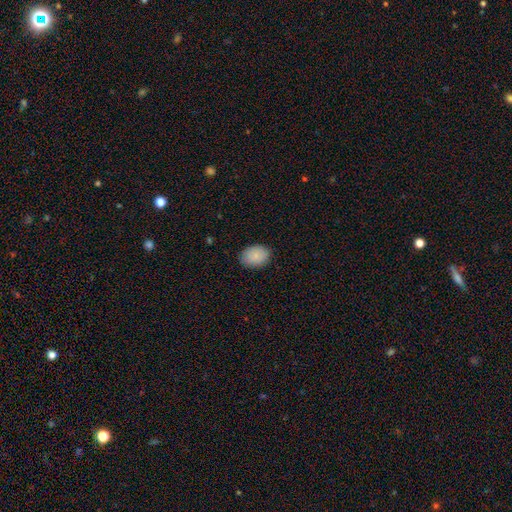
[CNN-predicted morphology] A smooth galaxy with no disk features (88%) that is in between round and cigar-shaped (74%).

Vote fractions:
- Smooth or featured? smooth: 88% / star or artifact: 7% / featured or disk: 6%
- How rounded? in between: 74% / round: 25% / cigar-shaped: 1%
- Merging? none: 86% / minor disturbance: 11% / major disturbance: 2% / merger: 1%